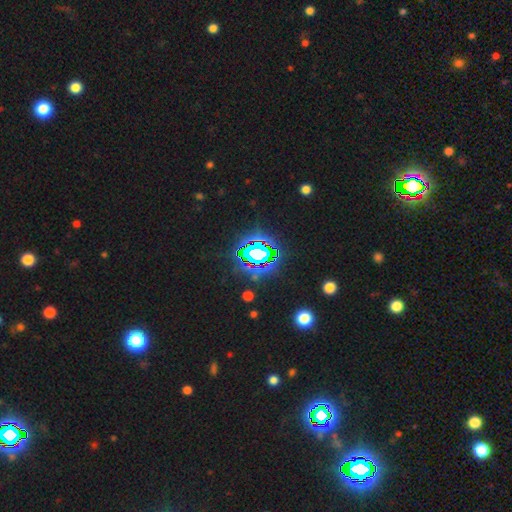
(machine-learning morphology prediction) Smooth or featured?
  - star or artifact: 82% *
  - smooth: 11%
  - featured or disk: 7%